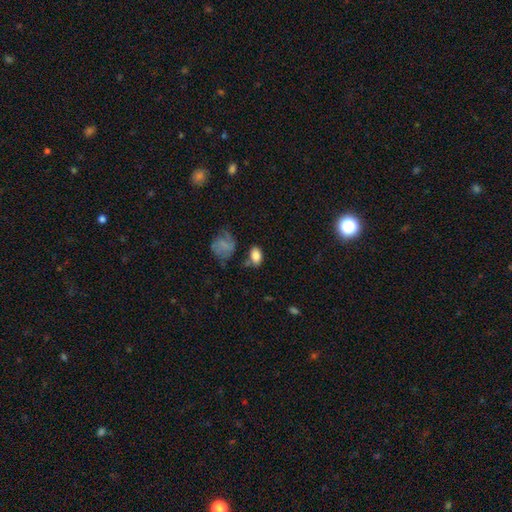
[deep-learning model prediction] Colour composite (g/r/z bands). It shows a smooth galaxy with no disk features (82%) that is in between round and cigar-shaped (87%). Merging: none (64%).